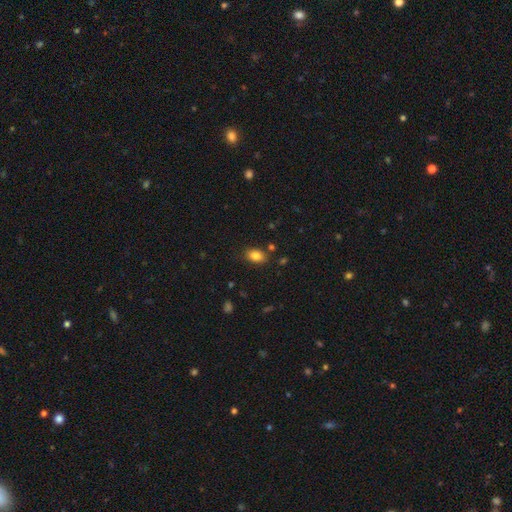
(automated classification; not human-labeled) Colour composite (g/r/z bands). It shows a smooth galaxy with no disk features (84%) that is in between round and cigar-shaped (83%). Merging: none (81%).